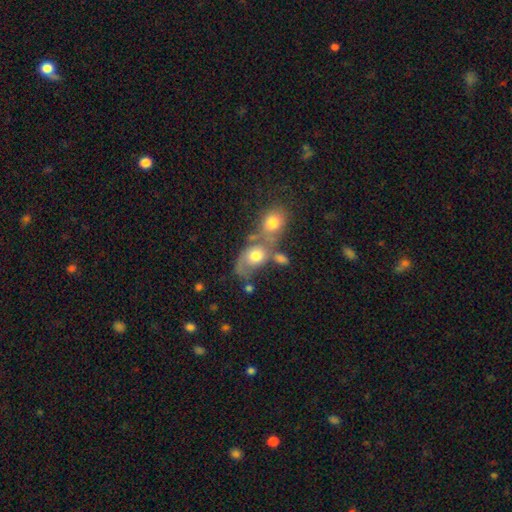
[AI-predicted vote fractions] Q: Smooth or featured?
A: smooth (55%); runner-up: featured or disk (35%)
Q: How rounded?
A: in between (70%); runner-up: round (28%)
Q: Merging?
A: merger (51%); runner-up: none (23%)